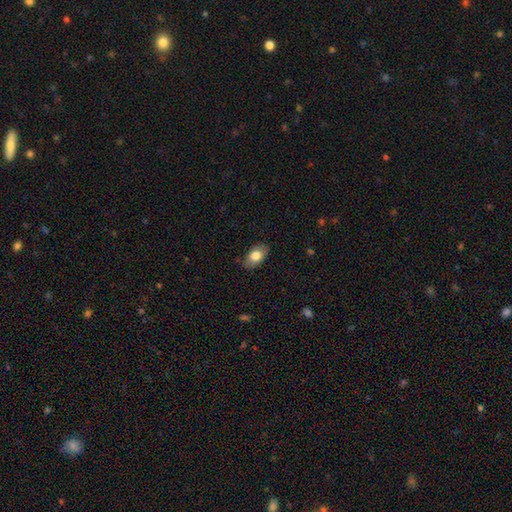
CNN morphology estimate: This appears to be a smooth galaxy with no disk features (77%) that is in between round and cigar-shaped (92%). Merging: none (79%).